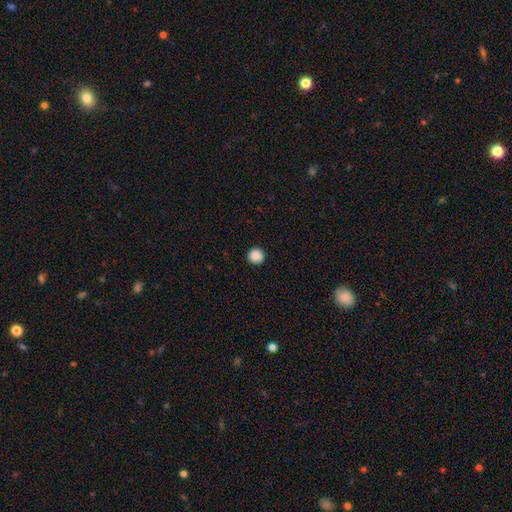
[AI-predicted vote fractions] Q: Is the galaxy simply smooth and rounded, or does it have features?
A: smooth — 89%.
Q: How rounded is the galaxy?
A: round — 96%.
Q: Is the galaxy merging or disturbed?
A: none — 93%.